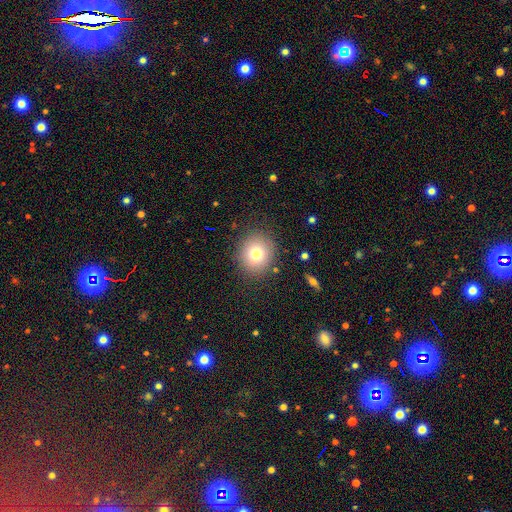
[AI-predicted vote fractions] This appears to be a smooth galaxy with no disk features (66%) that is round (85%). Merging: none (91%).